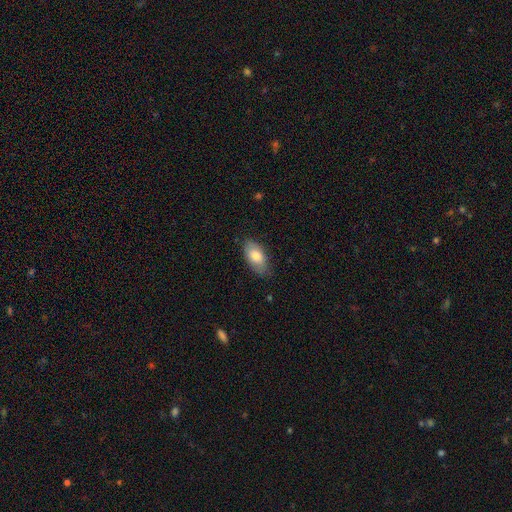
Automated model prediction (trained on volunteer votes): smooth_or_featured: smooth (p=0.80) [alt: featured or disk p=0.14]
how_rounded: in between (p=0.93) [alt: cigar-shaped p=0.04]
merging: none (p=0.76) [alt: minor disturbance p=0.20]